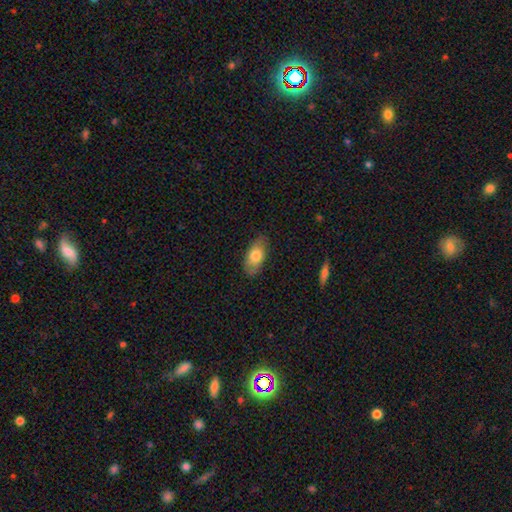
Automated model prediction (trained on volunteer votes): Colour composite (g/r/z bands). It shows a smooth galaxy with no disk features (76%) that is in between round and cigar-shaped (89%). Merging: none (82%).